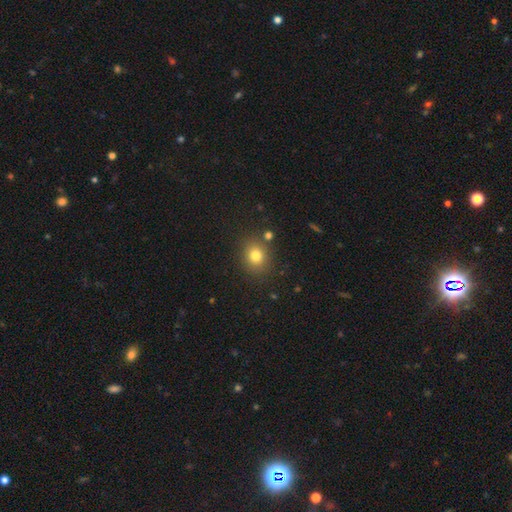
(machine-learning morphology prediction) smooth-or-featured: smooth: 79% | star or artifact: 14% | featured or disk: 8%
  how-rounded: round: 73% | in between: 26% | cigar-shaped: 1%
  merging: none: 83% | minor disturbance: 9% | merger: 5% | major disturbance: 3%